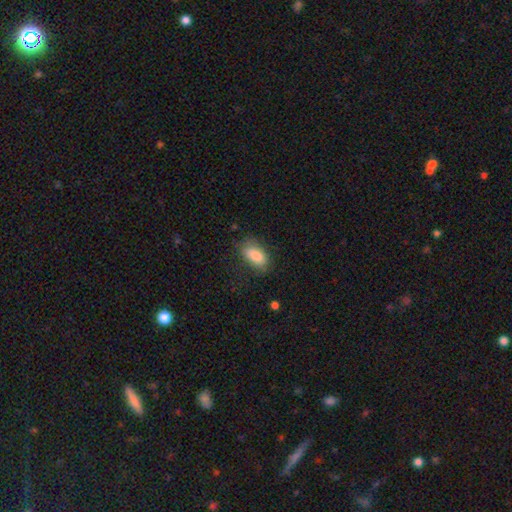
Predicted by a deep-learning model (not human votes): smooth-or-featured: smooth: 84% | featured or disk: 9% | star or artifact: 7%
  how-rounded: in between: 89% | cigar-shaped: 7% | round: 4%
  merging: none: 70% | minor disturbance: 21% | major disturbance: 8% | merger: 1%